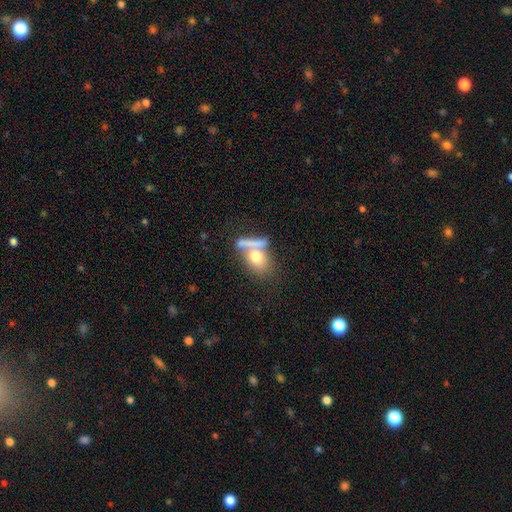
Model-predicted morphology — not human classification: Smooth or featured?
  - smooth: 68% *
  - featured or disk: 24%
  - star or artifact: 8%
How rounded?
  - in between: 62% *
  - round: 28%
  - cigar-shaped: 9%
Merging?
  - merger: 45% *
  - none: 32%
  - minor disturbance: 11%
  - major disturbance: 11%